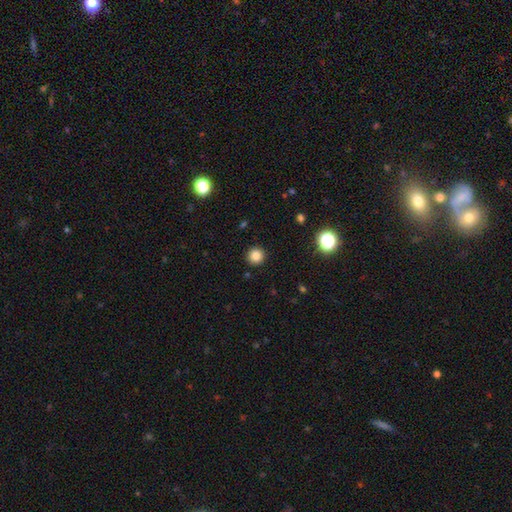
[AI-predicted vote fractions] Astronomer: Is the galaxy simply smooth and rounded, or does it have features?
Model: smooth — 83%.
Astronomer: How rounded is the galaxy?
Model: round — 95%.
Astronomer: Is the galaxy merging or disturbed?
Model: none — 92%.